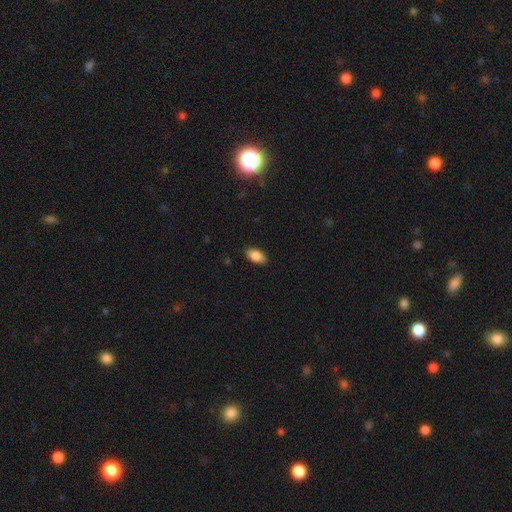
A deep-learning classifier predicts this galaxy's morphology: Smooth or featured? smooth (84%)
How rounded? in between (92%)
Merging? none (88%)